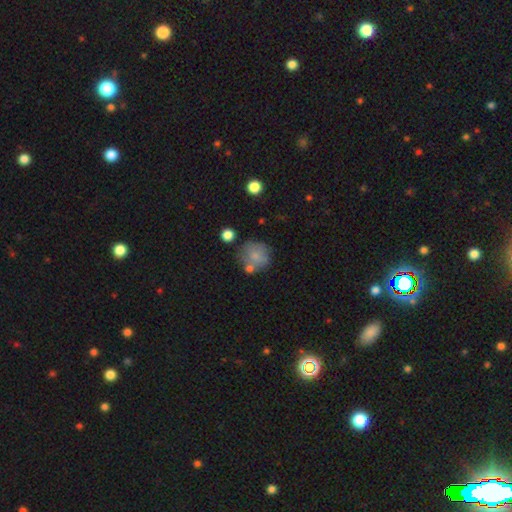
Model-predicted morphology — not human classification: The model was most divided on "merging": none: 61%, minor disturbance: 18%, merger: 13%, major disturbance: 8%. More confident: how rounded — round (88%); smooth or featured — smooth (73%).